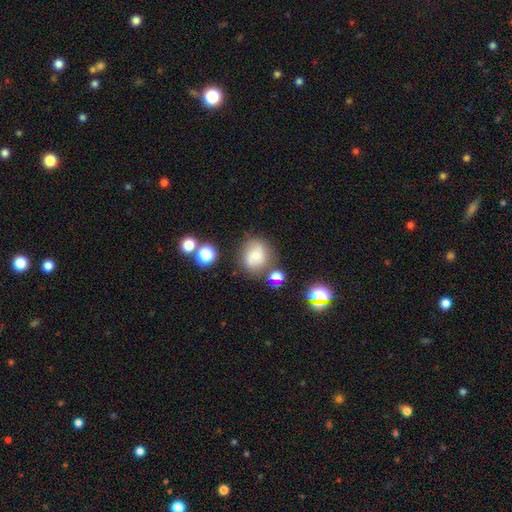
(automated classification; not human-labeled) Smooth or featured? smooth (65%)
How rounded? round (75%)
Merging? none (66%)